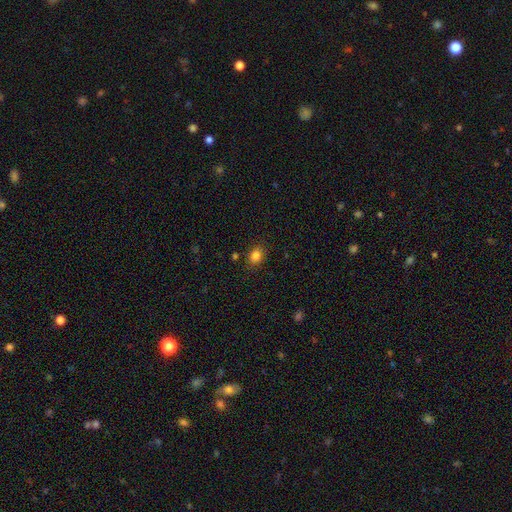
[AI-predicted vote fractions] Overall: smooth (83%). How rounded: in between (59%; round 40%). Merging: none (84%).